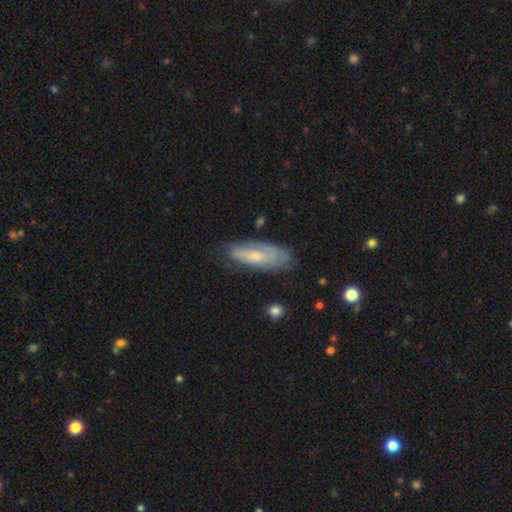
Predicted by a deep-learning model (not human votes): Morphology: type=smooth (51%); roundness=in between (57%); merging=none (66%).